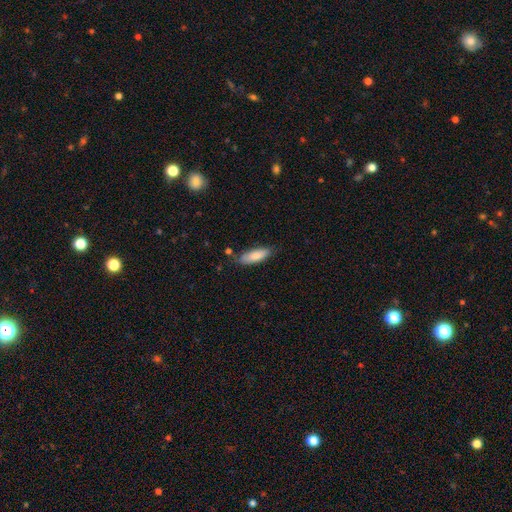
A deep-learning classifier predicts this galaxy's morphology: type=smooth (83%); roundness=in between (60%); merging=none (72%).